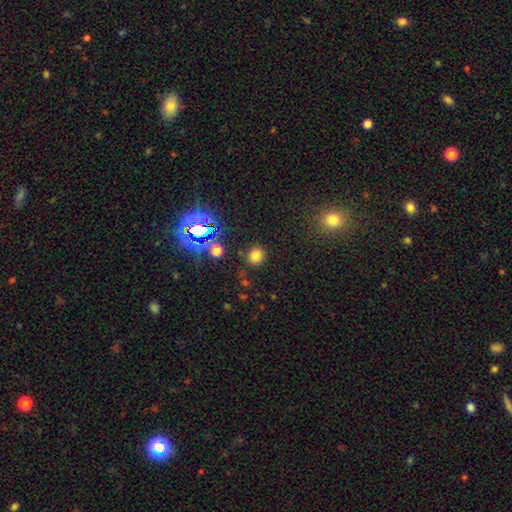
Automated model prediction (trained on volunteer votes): Q: Smooth or featured?
A: smooth (71%); runner-up: star or artifact (23%)
Q: How rounded?
A: round (86%); runner-up: in between (13%)
Q: Merging?
A: none (85%); runner-up: minor disturbance (9%)